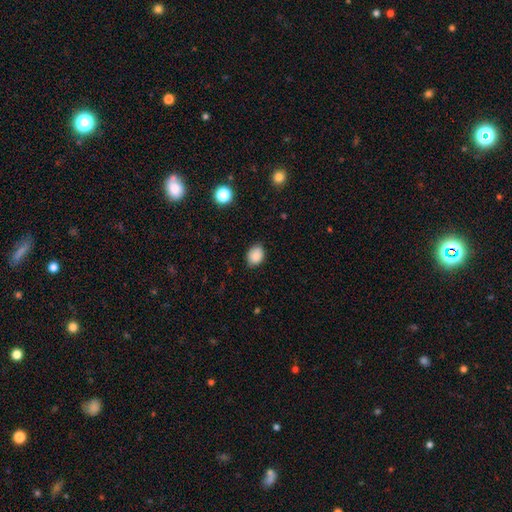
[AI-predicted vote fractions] smooth_or_featured: smooth (p=0.87) [alt: star or artifact p=0.09]
how_rounded: in between (p=0.62) [alt: round p=0.37]
merging: none (p=0.80) [alt: minor disturbance p=0.16]